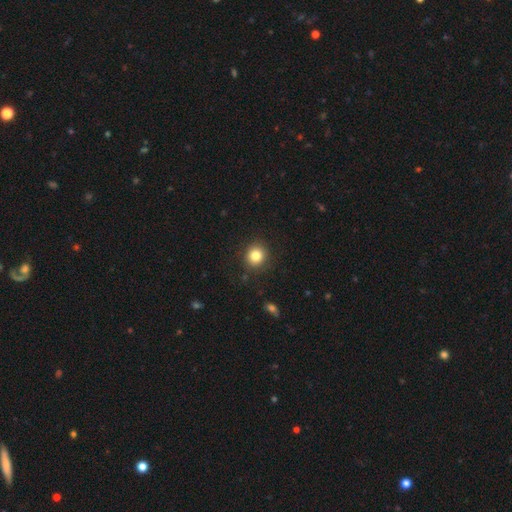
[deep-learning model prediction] Smooth or featured? smooth (83%)
How rounded? round (88%)
Merging? none (89%)